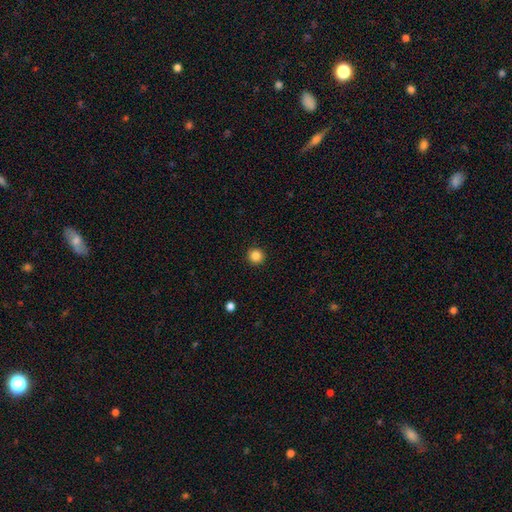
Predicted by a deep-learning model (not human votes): Smooth or featured?
  - smooth: 85% *
  - star or artifact: 11%
  - featured or disk: 4%
How rounded?
  - round: 96% *
  - in between: 3%
  - cigar-shaped: 1%
Merging?
  - none: 93% *
  - minor disturbance: 4%
  - major disturbance: 1%
  - merger: 1%